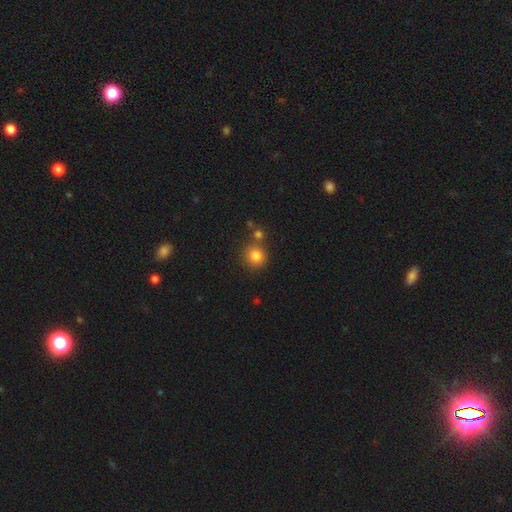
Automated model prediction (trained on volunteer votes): A smooth galaxy with no disk features (82%) that is round (91%).

Vote fractions:
- Smooth or featured? smooth: 82% / star or artifact: 12% / featured or disk: 6%
- How rounded? round: 91% / in between: 8% / cigar-shaped: 1%
- Merging? none: 73% / merger: 15% / minor disturbance: 9% / major disturbance: 3%